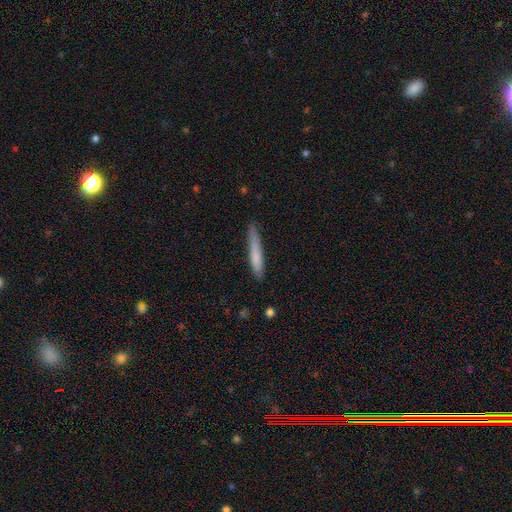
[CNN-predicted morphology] smooth 74%, featured or disk 20%, star or artifact 6%. Down the decision tree: how rounded — cigar-shaped (93%); merging — none (76%).